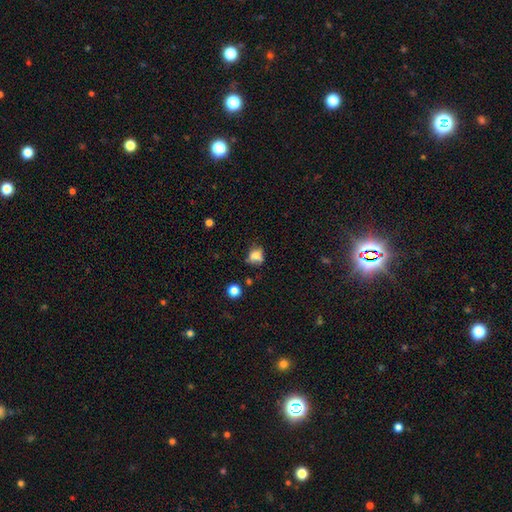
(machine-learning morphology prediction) Q: Smooth or featured?
A: smooth (67%); runner-up: featured or disk (17%)
Q: How rounded?
A: round (51%); runner-up: in between (47%)
Q: Merging?
A: none (48%); runner-up: minor disturbance (27%)